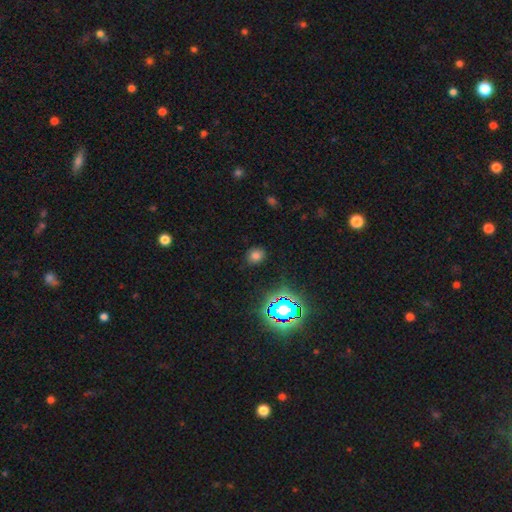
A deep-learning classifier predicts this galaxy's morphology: The model was most divided on "how rounded": round: 68%, in between: 31%, cigar-shaped: 1%. More confident: merging — none (86%); smooth or featured — smooth (70%).